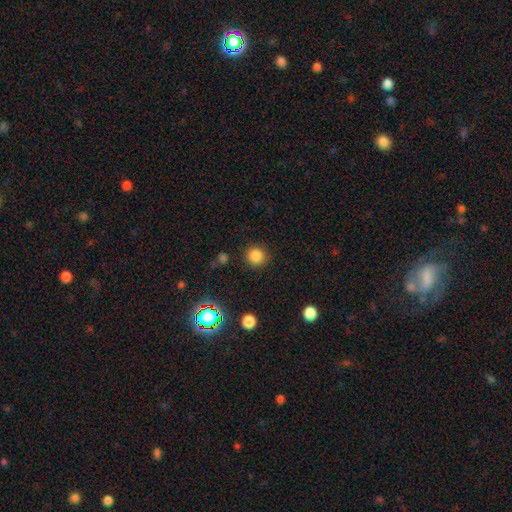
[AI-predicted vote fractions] The model was most divided on "smooth or featured": smooth: 83%, star or artifact: 13%, featured or disk: 4%. More confident: how rounded — round (93%); merging — none (89%).